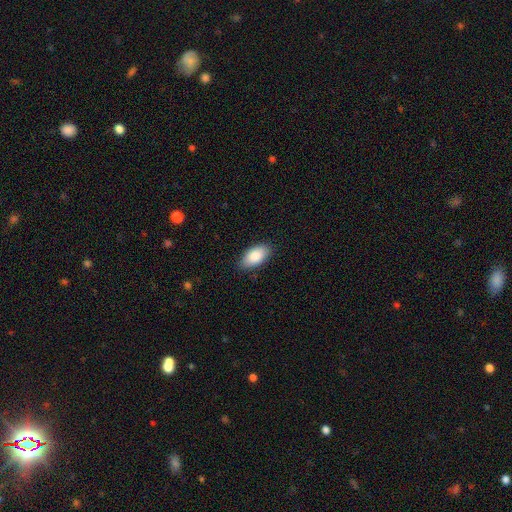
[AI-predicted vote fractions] This appears to be a smooth galaxy with no disk features (87%) that is in between round and cigar-shaped (94%). Merging: none (86%).